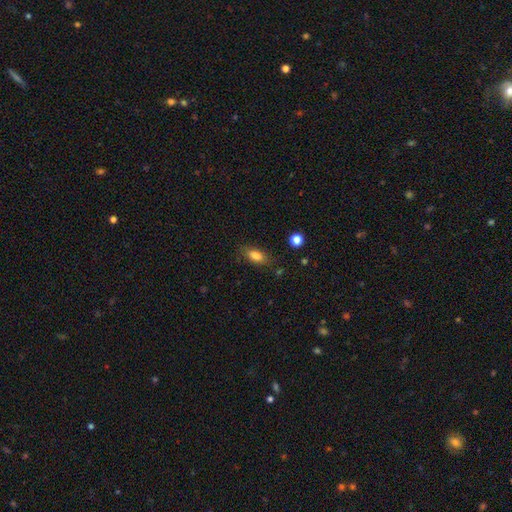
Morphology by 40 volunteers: This appears to be a smooth galaxy with no disk features (70%) that is in between round and cigar-shaped (82%). Merging: none (83%).